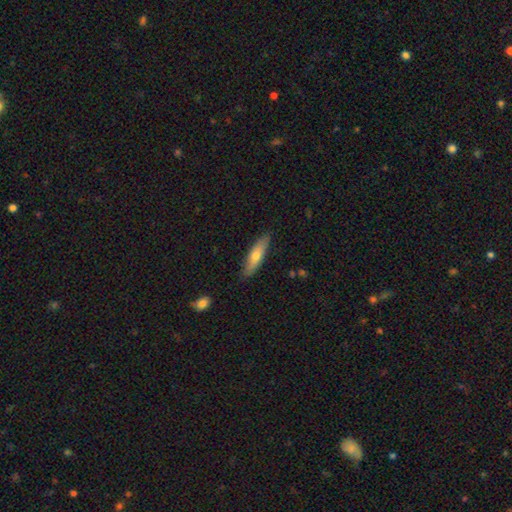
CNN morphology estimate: A smooth galaxy with no disk features (61%) that is cigar-shaped (70%). Merging: none (86%).